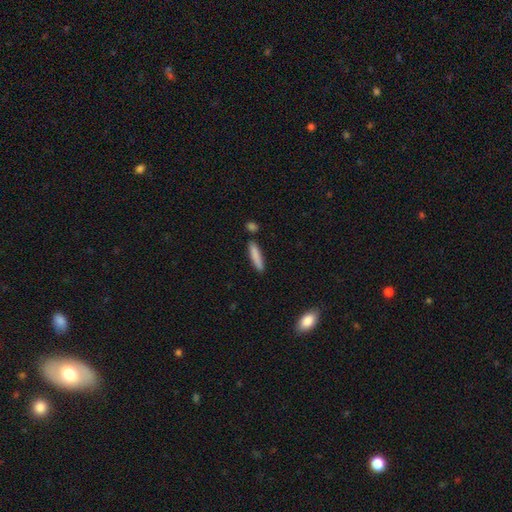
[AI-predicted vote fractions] smooth_or_featured: smooth (p=0.84) [alt: featured or disk p=0.10]
how_rounded: cigar-shaped (p=0.85) [alt: in between p=0.13]
merging: none (p=0.80) [alt: minor disturbance p=0.11]